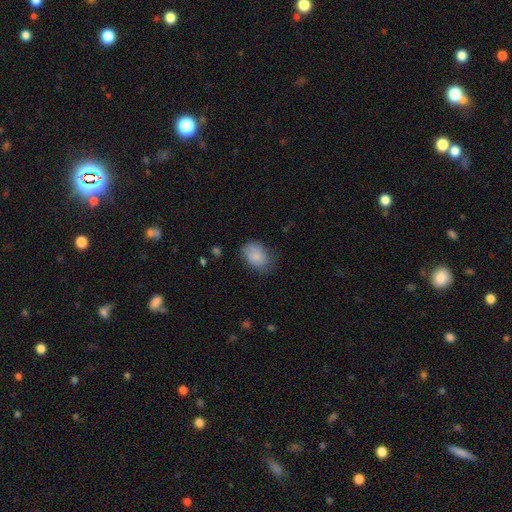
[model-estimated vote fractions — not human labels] smooth-or-featured: smooth: 81% | featured or disk: 11% | star or artifact: 7%
  how-rounded: in between: 80% | round: 19% | cigar-shaped: 1%
  merging: none: 59% | minor disturbance: 30% | major disturbance: 10% | merger: 2%